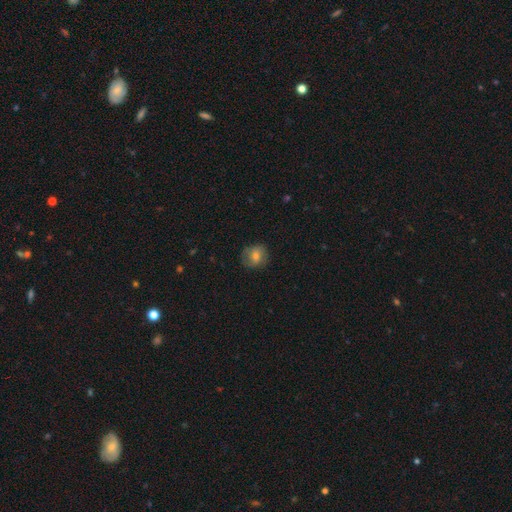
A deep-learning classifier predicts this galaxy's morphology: smooth_or_featured: smooth (p=0.63) [alt: featured or disk p=0.27]
how_rounded: round (p=0.75) [alt: in between p=0.24]
merging: none (p=0.77) [alt: minor disturbance p=0.16]